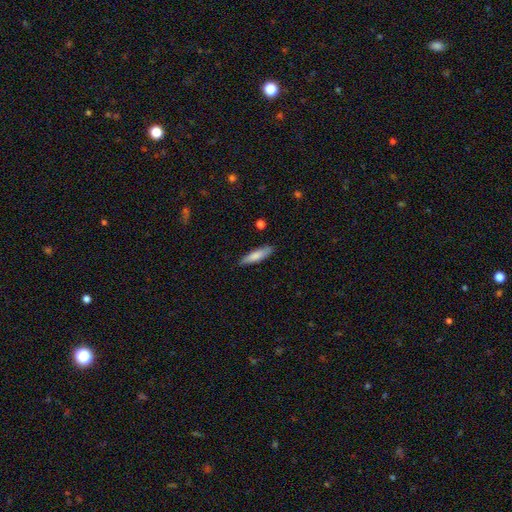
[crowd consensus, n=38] Smooth or featured: smooth — 84% (featured or disk — 11%)
How rounded: cigar-shaped — 66% (in between — 34%)
Merging: none — 78% (minor disturbance — 19%)